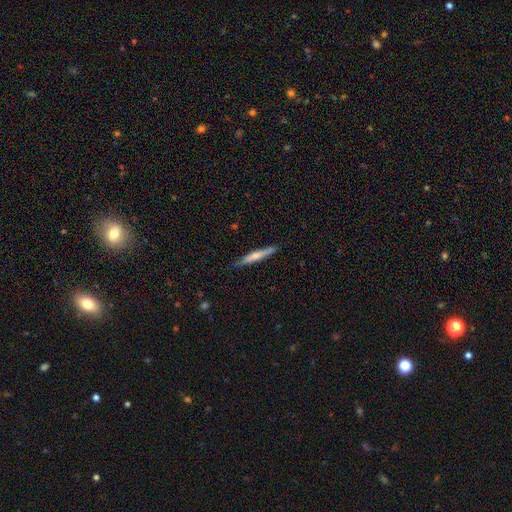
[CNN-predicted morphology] Smooth or featured? Predicted: smooth (p=0.55). How rounded? Predicted: cigar-shaped (p=0.94). Merging? Predicted: none (p=0.84).